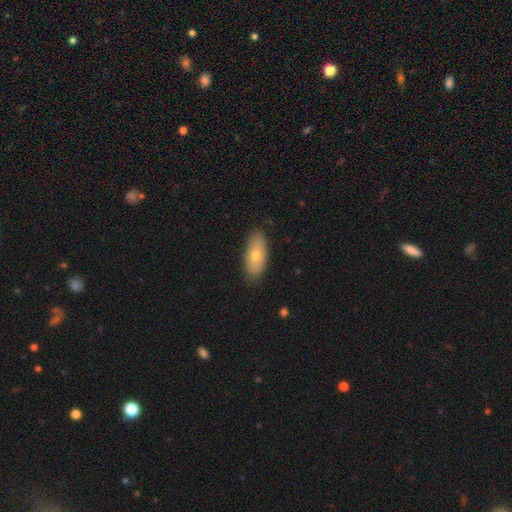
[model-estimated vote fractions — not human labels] Morphology: type=smooth (70%); roundness=in between (83%); merging=none (87%).